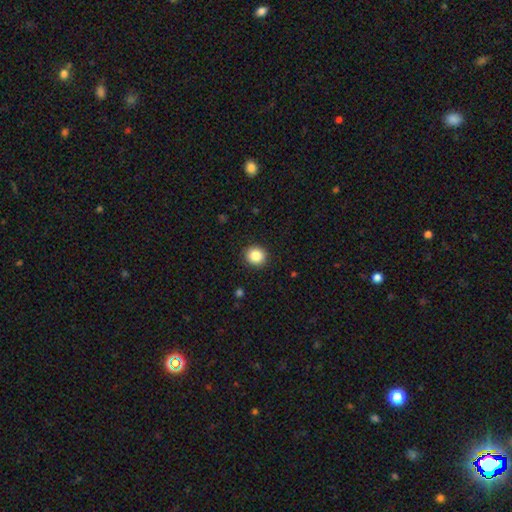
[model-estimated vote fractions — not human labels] Smooth or featured? smooth (86%)
How rounded? round (89%)
Merging? none (91%)